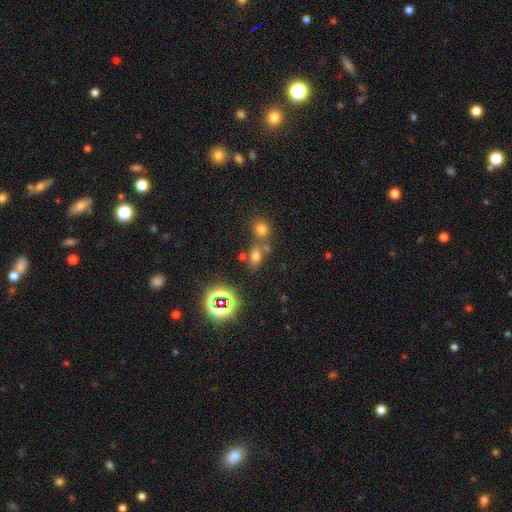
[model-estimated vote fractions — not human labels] A smooth galaxy with no disk features (50%) that is round (57%). Merging: none (54%).